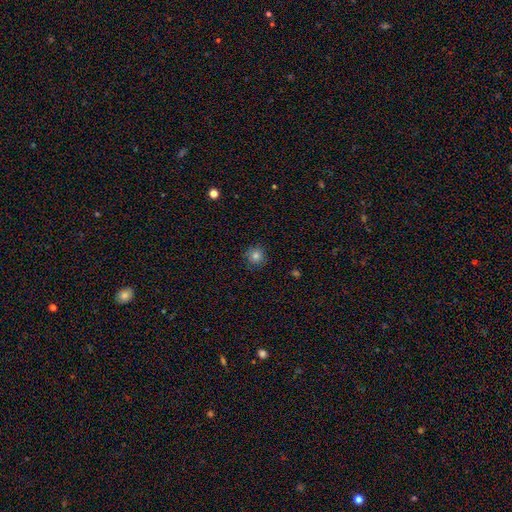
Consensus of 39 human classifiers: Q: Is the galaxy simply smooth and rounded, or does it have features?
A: smooth — 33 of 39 (85%).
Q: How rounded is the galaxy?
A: round — 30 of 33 (91%).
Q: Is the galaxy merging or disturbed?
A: none — 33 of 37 (89%).